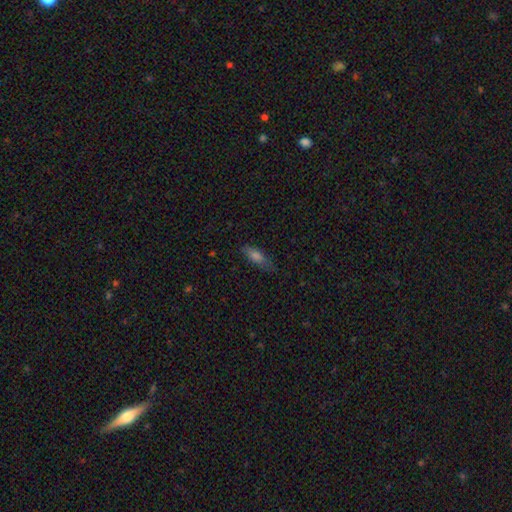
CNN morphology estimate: smooth_or_featured: smooth (p=0.71) [alt: featured or disk p=0.18]
how_rounded: in between (p=0.57) [alt: cigar-shaped p=0.40]
merging: none (p=0.75) [alt: minor disturbance p=0.19]